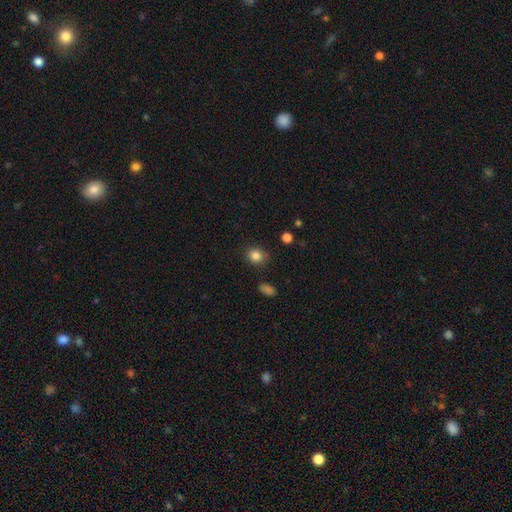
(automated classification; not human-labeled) A smooth galaxy with no disk features (84%) that is round (77%). Merging: none (85%).